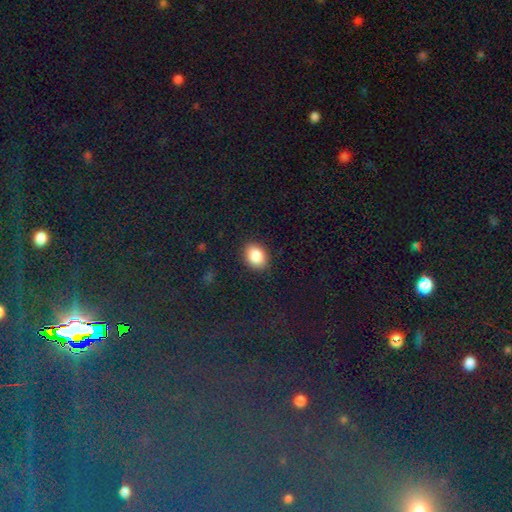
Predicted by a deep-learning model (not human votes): The model was most divided on "how rounded": in between: 64%, round: 35%, cigar-shaped: 1%. More confident: merging — none (89%); smooth or featured — smooth (87%).